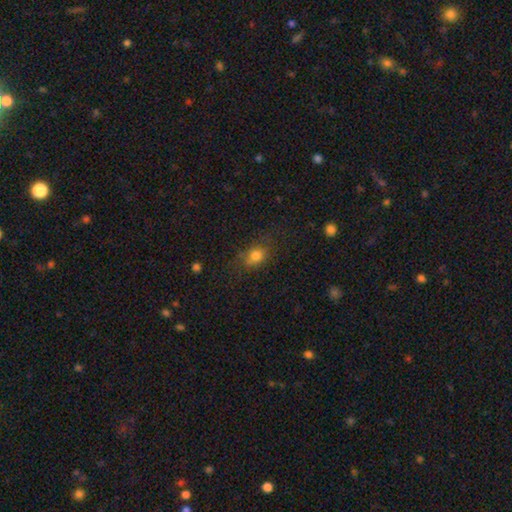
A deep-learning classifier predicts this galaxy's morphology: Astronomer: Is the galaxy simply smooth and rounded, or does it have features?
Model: smooth — 77%.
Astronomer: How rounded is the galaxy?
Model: in between — 65%.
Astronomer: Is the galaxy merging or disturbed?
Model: none — 68%.